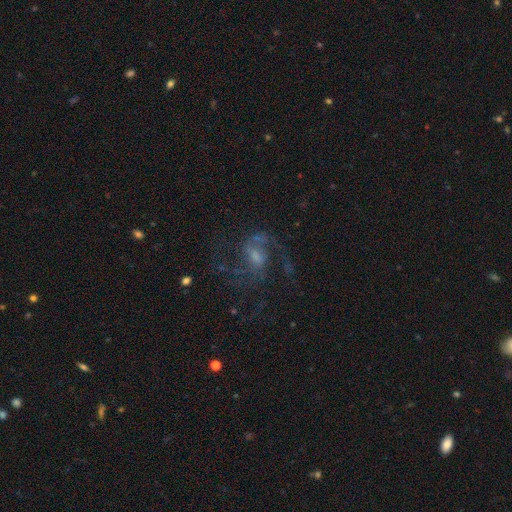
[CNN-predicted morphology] Smooth or featured? featured or disk (79%)
Edge-on disk? no (97%)
Bar? weak (48%)
Spiral arms? yes (93%)
Spiral winding? medium (49%)
Spiral arm count? 2 (63%)
Bulge size? small (47%)
Merging? none (60%)